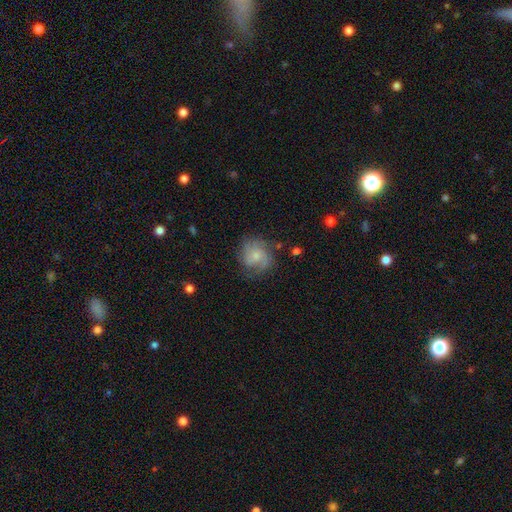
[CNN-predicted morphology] The model was most divided on "smooth or featured": featured or disk: 58%, smooth: 34%, star or artifact: 8%. More confident: edge-on disk — no (98%); spiral arms — yes (88%); bar — no (73%); merging — none (67%); bulge size — small (55%).